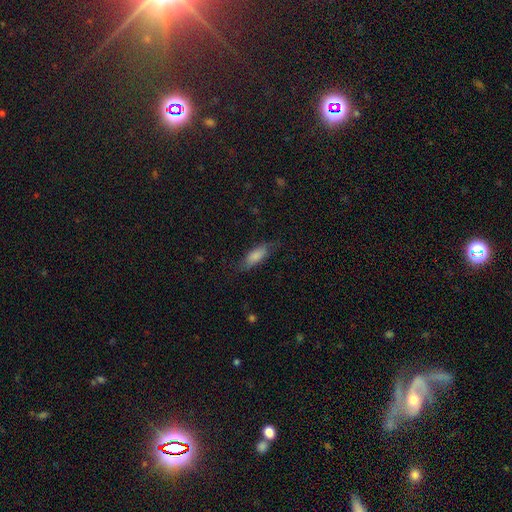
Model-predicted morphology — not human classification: Q: Smooth or featured?
A: smooth (76%); runner-up: featured or disk (17%)
Q: How rounded?
A: in between (67%); runner-up: cigar-shaped (31%)
Q: Merging?
A: none (67%); runner-up: minor disturbance (23%)